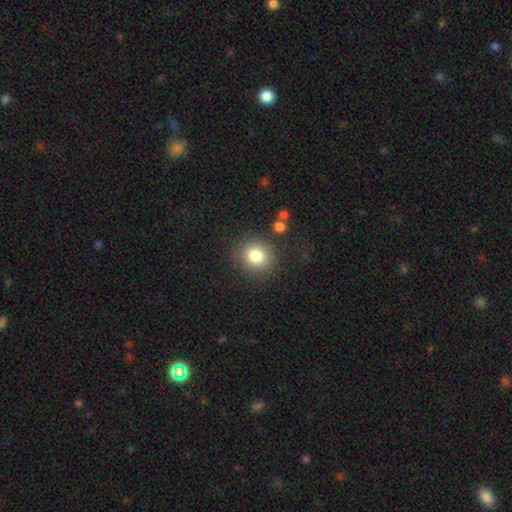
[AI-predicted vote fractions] Smooth or featured? Predicted: smooth (p=0.81). How rounded? Predicted: round (p=0.86). Merging? Predicted: none (p=0.82).